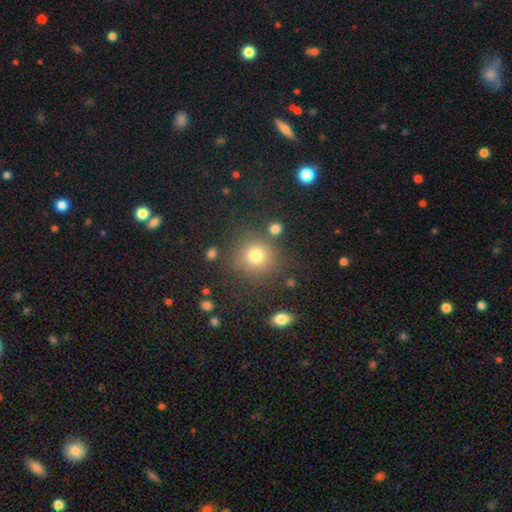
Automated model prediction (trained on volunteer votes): Smooth or featured?
  - smooth: 76% *
  - star or artifact: 15%
  - featured or disk: 9%
How rounded?
  - round: 89% *
  - in between: 10%
  - cigar-shaped: 1%
Merging?
  - none: 79% *
  - minor disturbance: 10%
  - merger: 6%
  - major disturbance: 5%